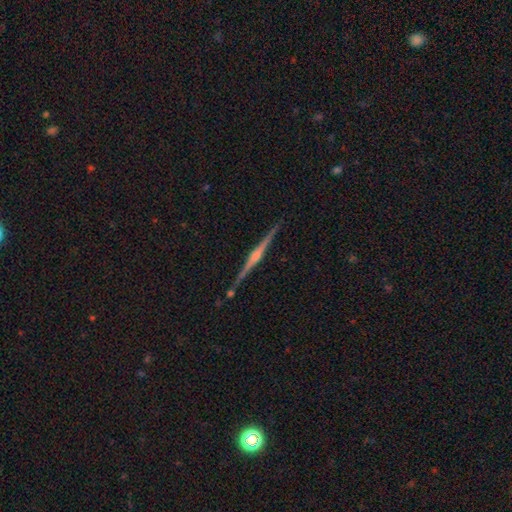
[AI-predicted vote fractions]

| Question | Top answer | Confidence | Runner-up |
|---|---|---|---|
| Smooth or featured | featured or disk | 86% | smooth (8%) |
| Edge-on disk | yes | 99% | no (1%) |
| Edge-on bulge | rounded | 84% | boxy (9%) |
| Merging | none | 90% | minor disturbance (7%) |